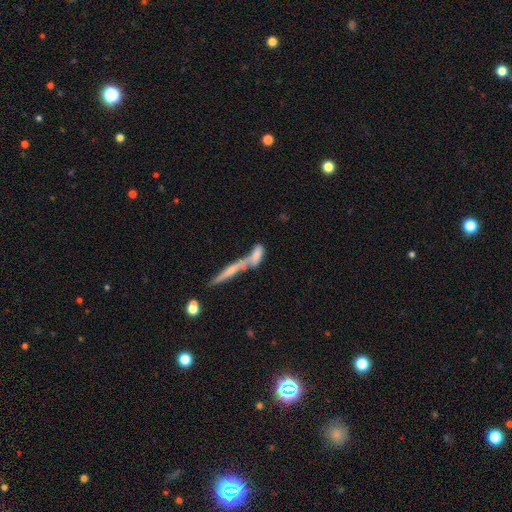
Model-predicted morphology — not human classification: This appears to be a smooth galaxy with no disk features (65%) that is cigar-shaped (56%). Merging: merger (58%).